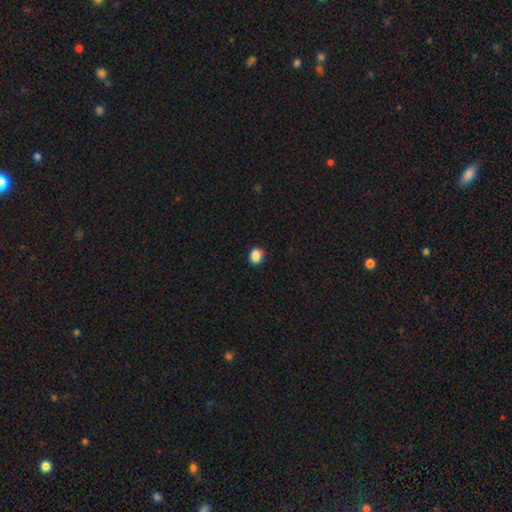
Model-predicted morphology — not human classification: This is clearly a smooth galaxy (87%). How rounded: possibly round (51%). Merging: clearly none (81%).